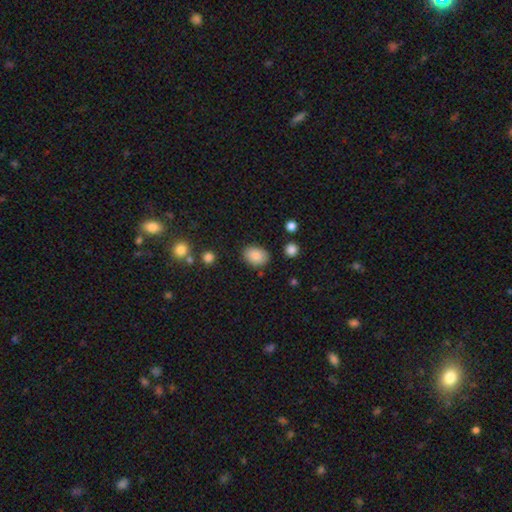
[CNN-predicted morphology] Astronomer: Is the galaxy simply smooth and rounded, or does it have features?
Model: smooth — 87%.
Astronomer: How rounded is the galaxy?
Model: in between — 75%.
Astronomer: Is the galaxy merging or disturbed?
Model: none — 81%.